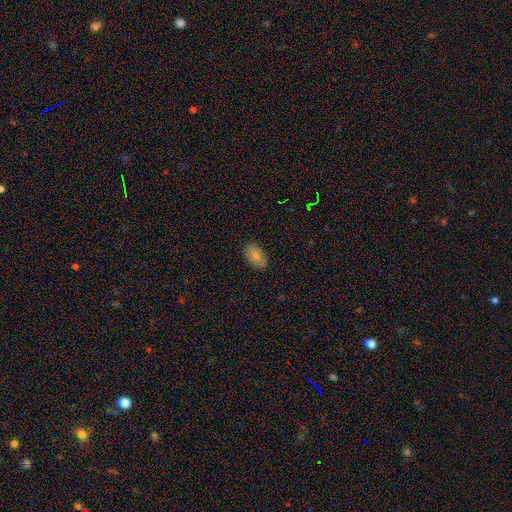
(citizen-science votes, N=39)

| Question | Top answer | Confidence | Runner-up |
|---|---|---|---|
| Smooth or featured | smooth | 92% | star or artifact (5%) |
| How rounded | in between | 94% | round (3%) |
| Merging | none | 92% | minor disturbance (5%) |